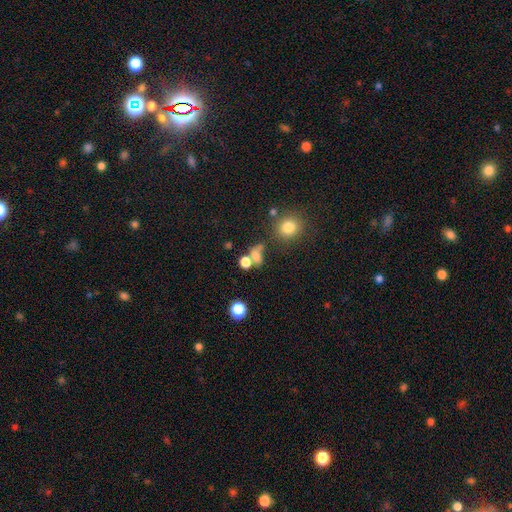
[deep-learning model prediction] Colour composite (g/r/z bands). It shows a smooth galaxy with no disk features (70%) that is in between round and cigar-shaped (52%). Merging: merger (40%).